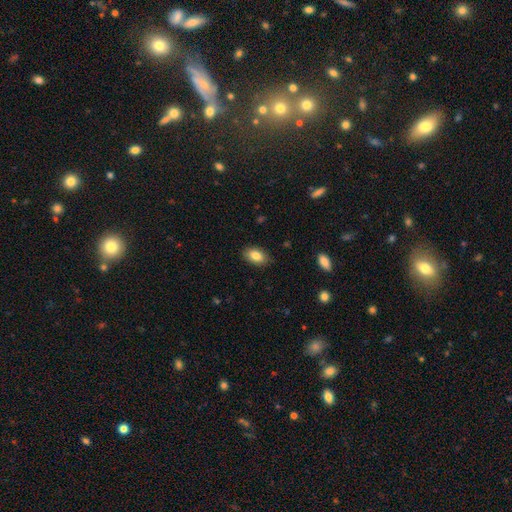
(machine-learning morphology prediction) Q: Smooth or featured?
A: smooth (85%); runner-up: featured or disk (8%)
Q: How rounded?
A: in between (90%); runner-up: round (8%)
Q: Merging?
A: none (86%); runner-up: minor disturbance (10%)